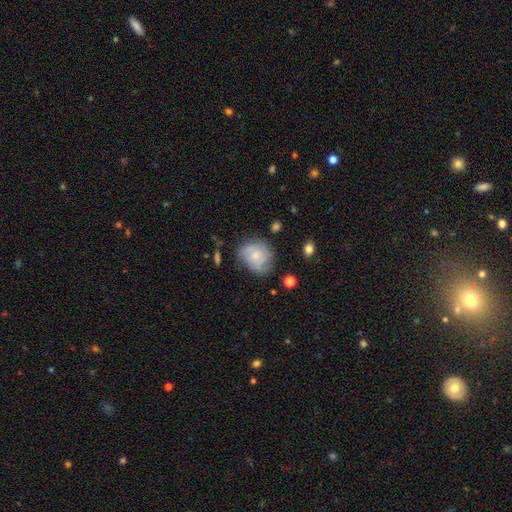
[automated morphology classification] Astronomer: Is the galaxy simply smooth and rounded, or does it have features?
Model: featured or disk — 52% (runner-up: smooth, 40%).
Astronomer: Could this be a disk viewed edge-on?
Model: no — 98%.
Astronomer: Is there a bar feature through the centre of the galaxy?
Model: no — 78%.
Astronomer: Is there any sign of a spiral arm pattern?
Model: yes — 85%.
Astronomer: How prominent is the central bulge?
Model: small — 54% (runner-up: moderate, 30%).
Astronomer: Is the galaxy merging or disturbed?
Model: none — 64%.